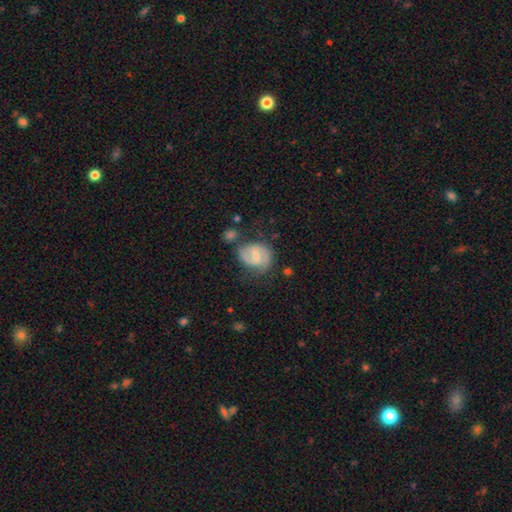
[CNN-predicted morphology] A featured or disk galaxy (59%) with a weak bar (50%), spiral arms (78%) and a moderate central bulge (49%). Merging: none (56%).